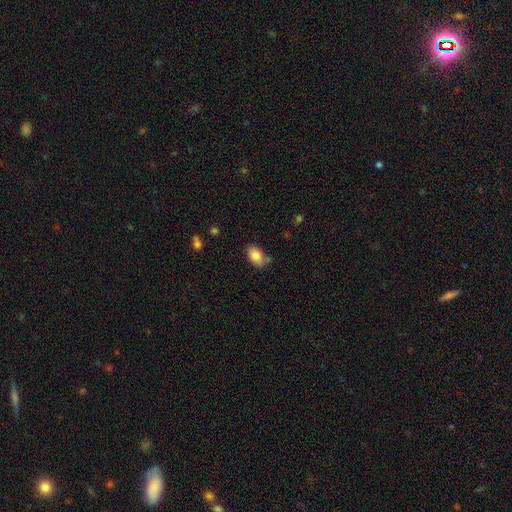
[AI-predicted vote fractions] Q: Smooth or featured?
A: smooth (84%); runner-up: featured or disk (8%)
Q: How rounded?
A: in between (90%); runner-up: round (9%)
Q: Merging?
A: none (73%); runner-up: minor disturbance (17%)